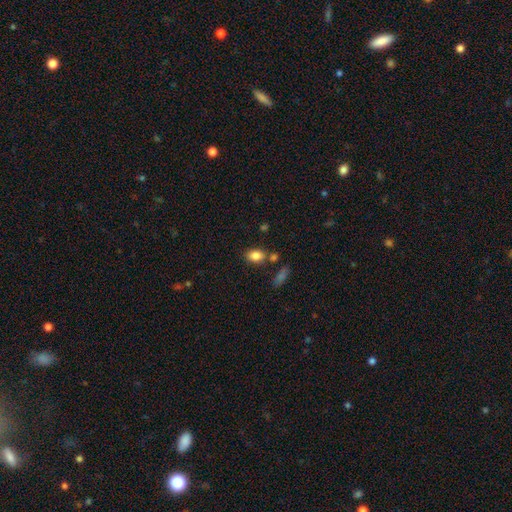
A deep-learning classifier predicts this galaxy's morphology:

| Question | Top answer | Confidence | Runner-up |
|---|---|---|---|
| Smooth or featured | smooth | 85% | star or artifact (9%) |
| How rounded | in between | 77% | round (21%) |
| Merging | none | 71% | minor disturbance (13%) |